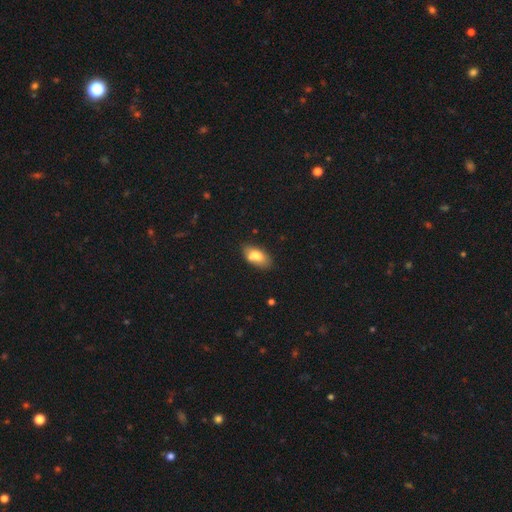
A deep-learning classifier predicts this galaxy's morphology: Smooth or featured?
  - smooth: 77% *
  - featured or disk: 15%
  - star or artifact: 8%
How rounded?
  - in between: 90% *
  - cigar-shaped: 5%
  - round: 5%
Merging?
  - none: 62% *
  - minor disturbance: 21%
  - merger: 11%
  - major disturbance: 5%